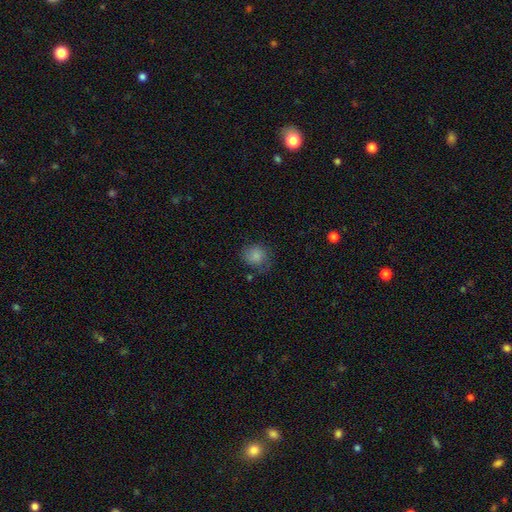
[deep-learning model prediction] Smooth or featured: smooth — 80% (featured or disk — 11%)
How rounded: round — 79% (in between — 20%)
Merging: none — 64% (minor disturbance — 24%)